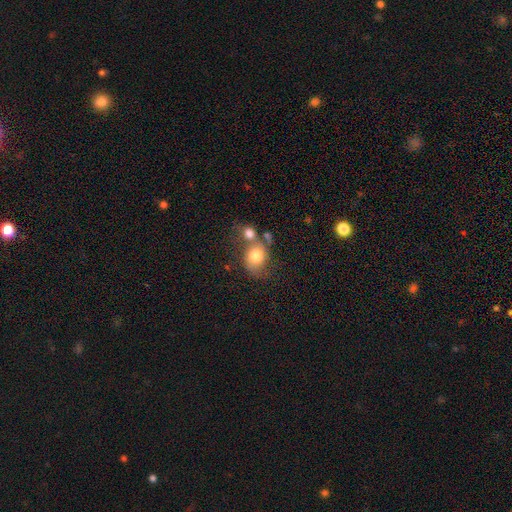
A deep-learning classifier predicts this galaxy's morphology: type=smooth (67%); roundness=round (54%); merging=merger (38%).